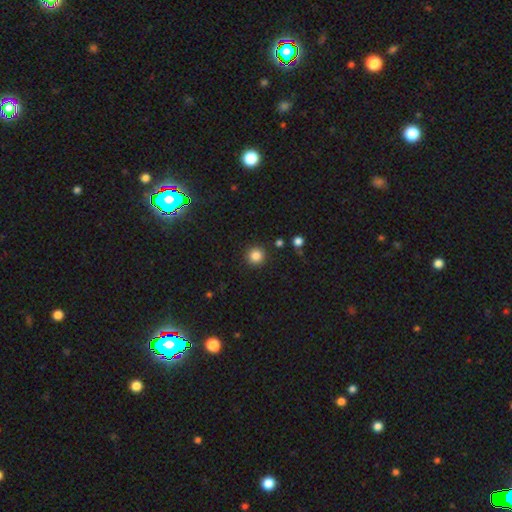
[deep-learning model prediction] Smooth or featured? Predicted: smooth (p=0.84). How rounded? Predicted: round (p=0.95). Merging? Predicted: none (p=0.91).